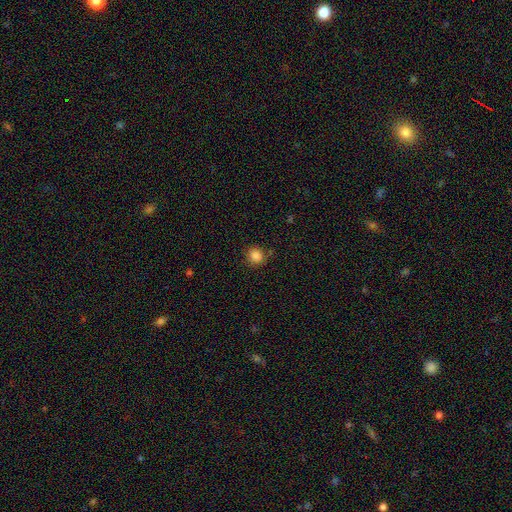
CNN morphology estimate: Smooth or featured?
  - smooth: 85% *
  - star or artifact: 11%
  - featured or disk: 4%
How rounded?
  - round: 87% *
  - in between: 12%
  - cigar-shaped: 1%
Merging?
  - none: 83% *
  - minor disturbance: 11%
  - major disturbance: 3%
  - merger: 3%